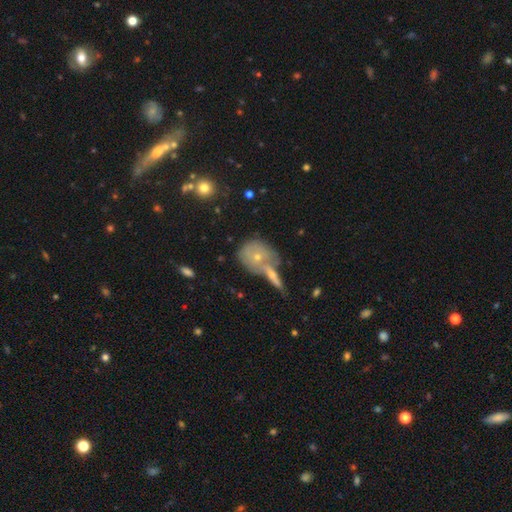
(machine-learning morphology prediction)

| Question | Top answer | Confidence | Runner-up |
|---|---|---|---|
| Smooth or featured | smooth | 51% | featured or disk (39%) |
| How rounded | round | 68% | in between (28%) |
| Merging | merger | 41% | tied: none (41%) |